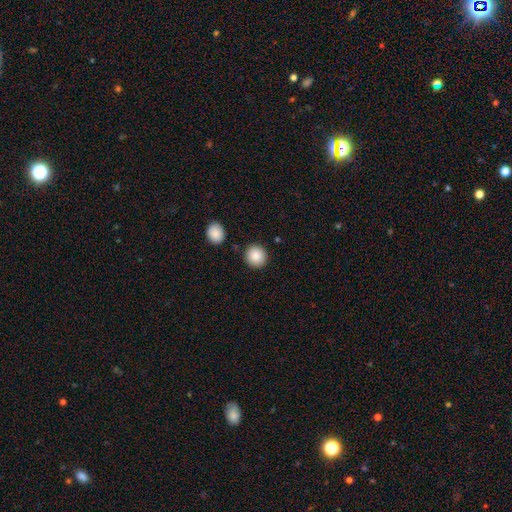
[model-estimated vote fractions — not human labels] smooth 88%, star or artifact 8%, featured or disk 5%. Down the decision tree: how rounded — round (92%); merging — none (88%).